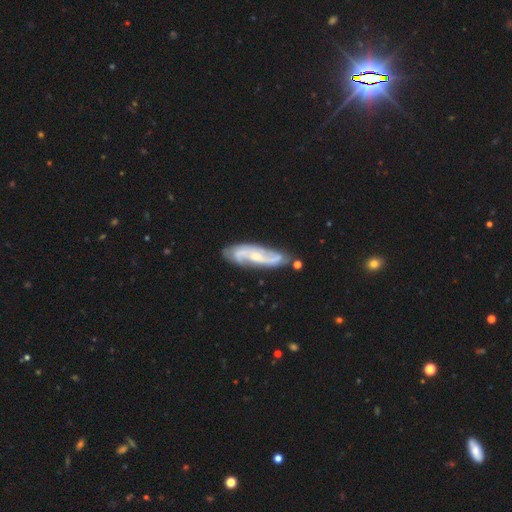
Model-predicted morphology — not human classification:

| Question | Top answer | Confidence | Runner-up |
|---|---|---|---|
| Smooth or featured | featured or disk | 81% | smooth (13%) |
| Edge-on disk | no | 85% | yes (15%) |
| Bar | no | 49% | weak (38%) |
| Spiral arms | yes | 95% | no (5%) |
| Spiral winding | medium | 45% | loose (28%) |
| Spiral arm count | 2 | 77% | can't tell (11%) |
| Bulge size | small | 58% | moderate (35%) |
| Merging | none | 77% | minor disturbance (15%) |